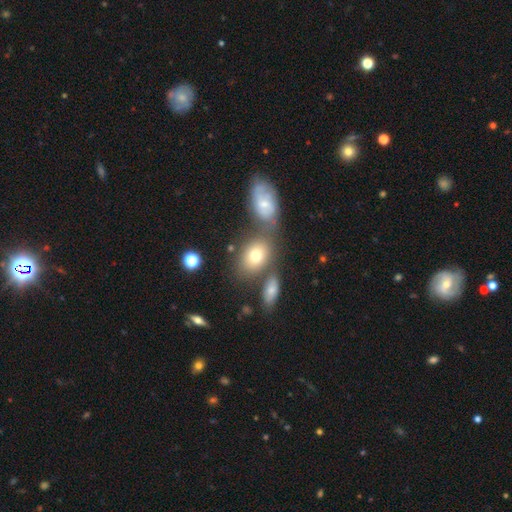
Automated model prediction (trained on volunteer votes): Overall: smooth (74%). How rounded: in between (66%; round 32%). Merging: none (54%; merger 26%).